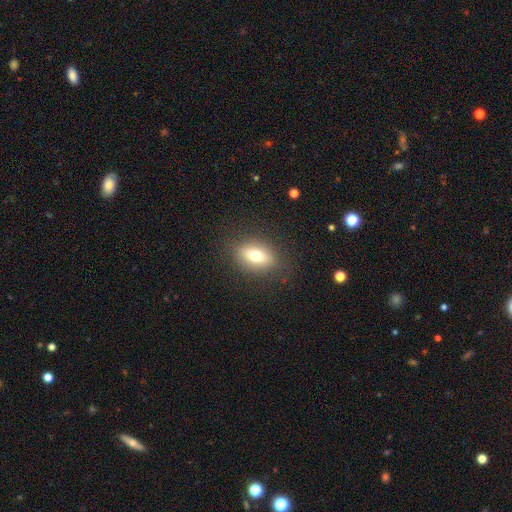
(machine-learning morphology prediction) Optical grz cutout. It shows a smooth galaxy with no disk features (69%) that is in between round and cigar-shaped (73%). Merging: none (84%).